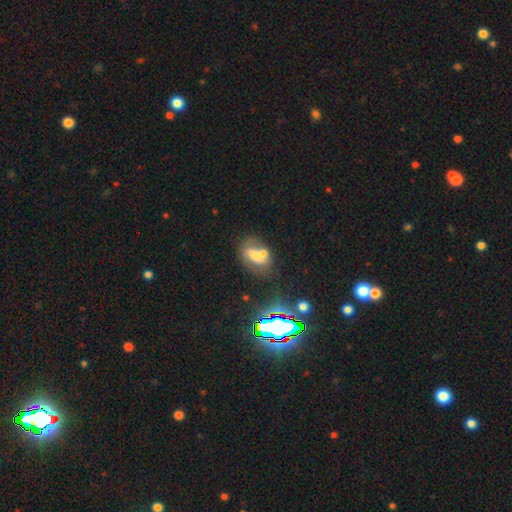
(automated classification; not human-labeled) The model was most divided on "merging" (2-way tie): none: 39%, merger: 39%, minor disturbance: 15%, major disturbance: 8%. More confident: how rounded — in between (76%); smooth or featured — smooth (55%).